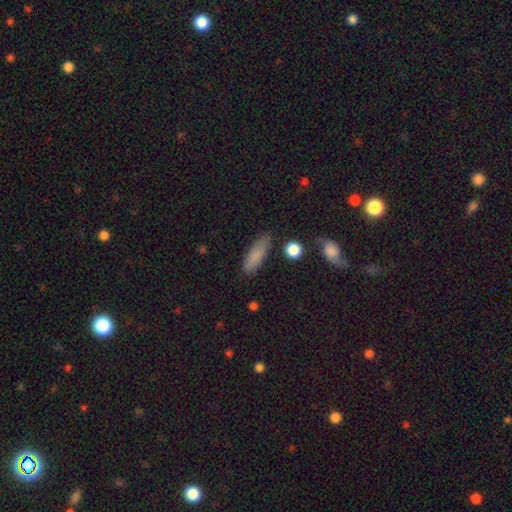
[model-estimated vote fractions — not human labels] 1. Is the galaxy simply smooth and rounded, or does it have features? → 81% smooth, 11% featured or disk, 8% star or artifact.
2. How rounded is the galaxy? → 50% in between, 46% cigar-shaped, 3% round.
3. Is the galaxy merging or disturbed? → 77% none, 16% minor disturbance, 4% major disturbance, 3% merger.